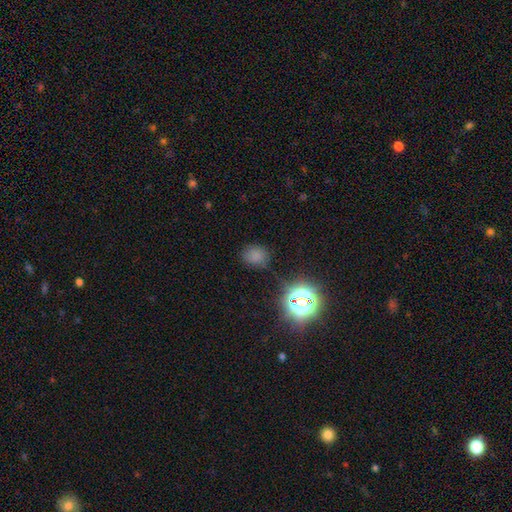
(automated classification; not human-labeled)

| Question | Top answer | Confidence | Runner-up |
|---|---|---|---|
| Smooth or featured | smooth | 67% | star or artifact (27%) |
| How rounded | round | 59% | in between (40%) |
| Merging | none | 76% | minor disturbance (16%) |